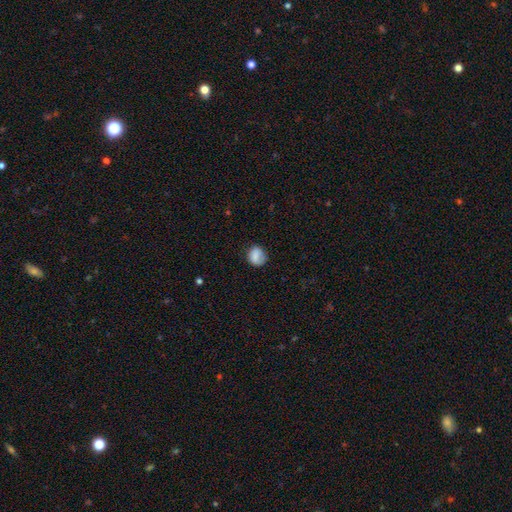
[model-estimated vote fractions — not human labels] Smooth or featured? smooth (79%)
How rounded? round (75%)
Merging? none (72%)